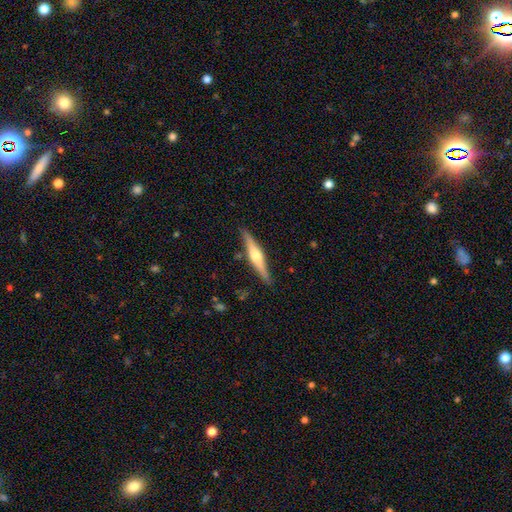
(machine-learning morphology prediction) This is likely a featured or disk galaxy (68%). It is clearly viewed edge-on (97%). Edge-on bulge: clearly rounded (91%). Merging: clearly none (87%).